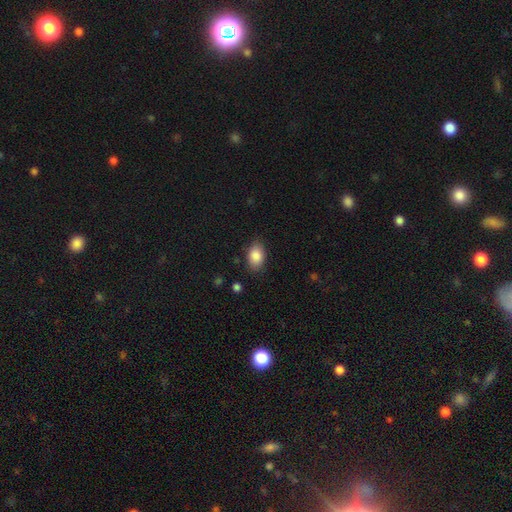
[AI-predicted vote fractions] Smooth or featured? smooth (87%)
How rounded? in between (87%)
Merging? none (83%)